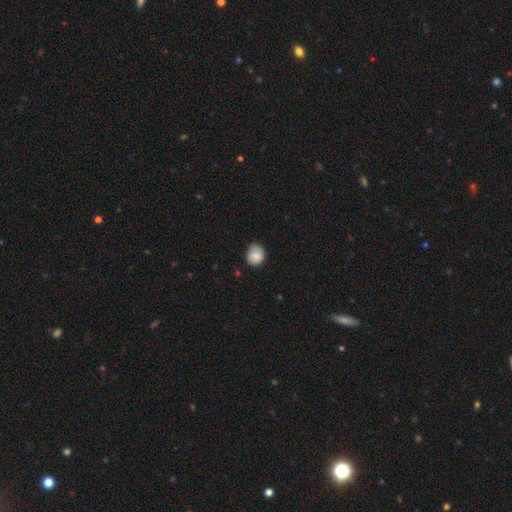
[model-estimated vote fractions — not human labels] Overall: smooth (79%). How rounded: round (72%). Merging: none (68%).